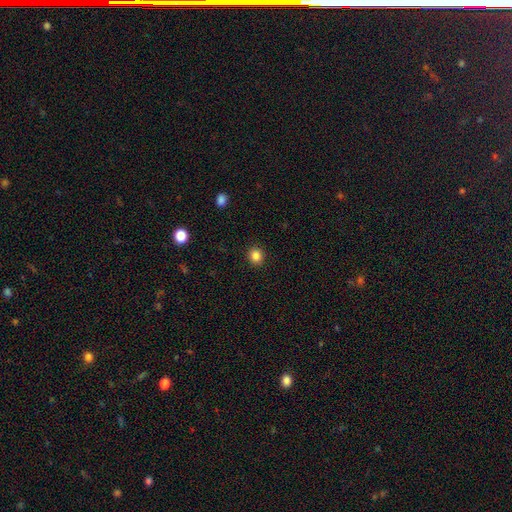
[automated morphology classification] smooth 85%, star or artifact 12%, featured or disk 4%. Down the decision tree: how rounded — round (85%); merging — none (92%).